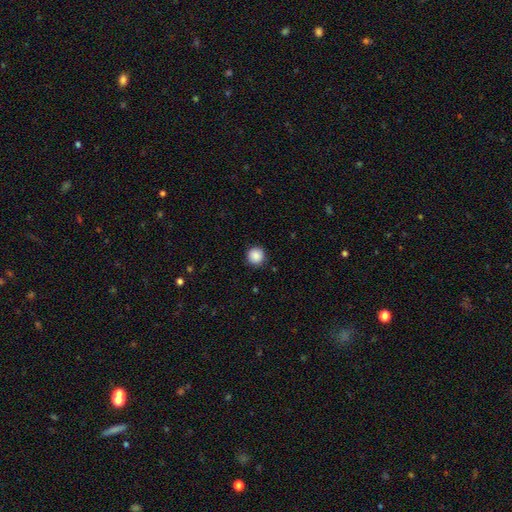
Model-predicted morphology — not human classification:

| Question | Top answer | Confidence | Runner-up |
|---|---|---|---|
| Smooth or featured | smooth | 88% | star or artifact (9%) |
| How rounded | round | 95% | in between (4%) |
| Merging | none | 90% | minor disturbance (7%) |